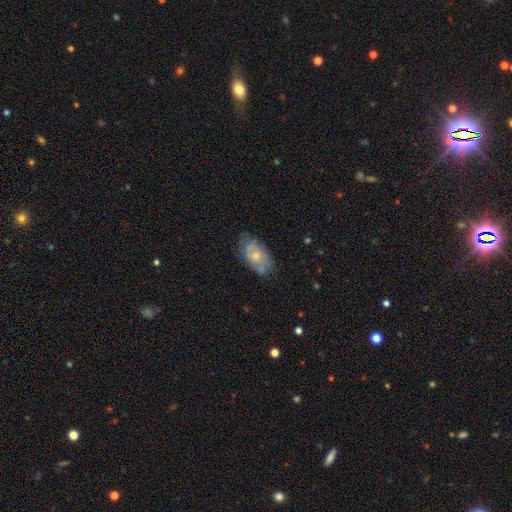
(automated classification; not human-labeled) smooth-or-featured: featured or disk: 56% | smooth: 37% | star or artifact: 7%
  disk-edge-on: no: 94% | yes: 6%
    bar: no: 78% | weak: 19% | strong: 3%
    has-spiral-arms: yes: 70% | no: 30%
    bulge-size: small: 56% | moderate: 39% | none: 3% | large: 2% | dominant: 1%
  merging: none: 65% | minor disturbance: 26% | major disturbance: 7% | merger: 3%